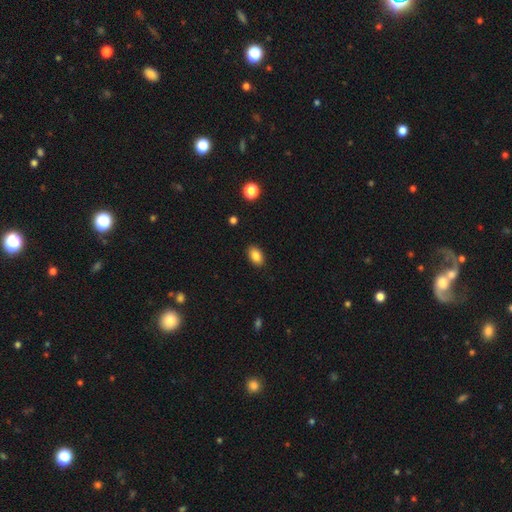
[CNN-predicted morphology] Smooth or featured? Predicted: smooth (p=0.86). How rounded? Predicted: in between (p=0.89). Merging? Predicted: none (p=0.88).